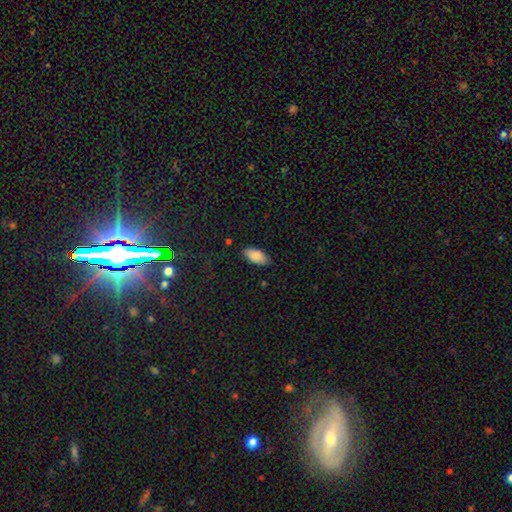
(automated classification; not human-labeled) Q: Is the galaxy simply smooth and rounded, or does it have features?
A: smooth — 85%.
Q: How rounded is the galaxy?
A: in between — 93%.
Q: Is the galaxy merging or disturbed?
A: none — 85%.